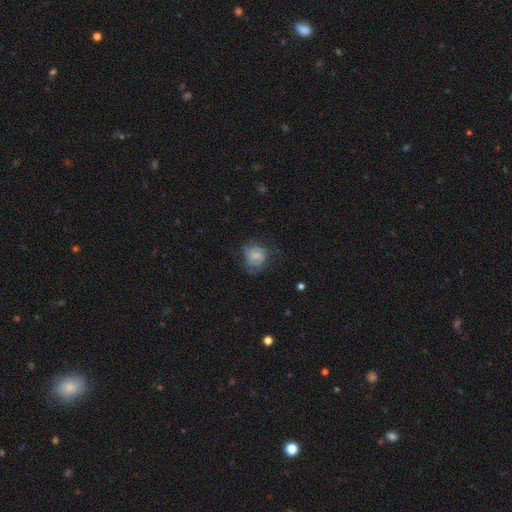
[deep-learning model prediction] featured or disk 48%, smooth 43%, star or artifact 9%. Down the decision tree: merging — none (52%).